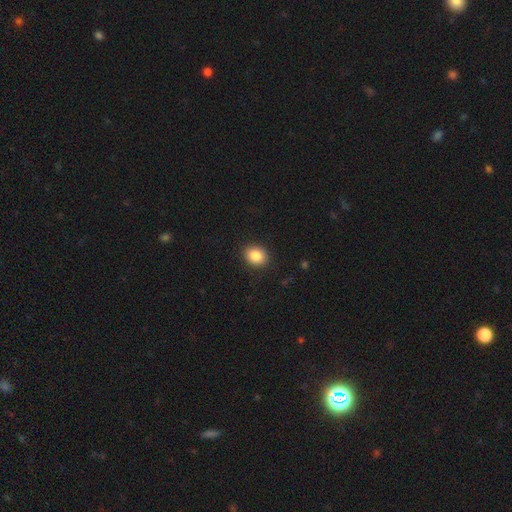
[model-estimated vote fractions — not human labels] Smooth or featured: smooth — 86% (star or artifact — 9%)
How rounded: in between — 51% (round — 48%)
Merging: none — 89% (minor disturbance — 7%)